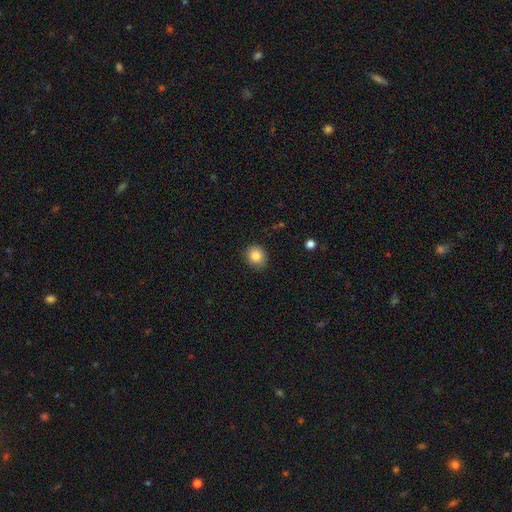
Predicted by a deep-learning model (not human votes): Q: Smooth or featured?
A: smooth (85%); runner-up: star or artifact (9%)
Q: How rounded?
A: round (76%); runner-up: in between (23%)
Q: Merging?
A: none (88%); runner-up: minor disturbance (9%)